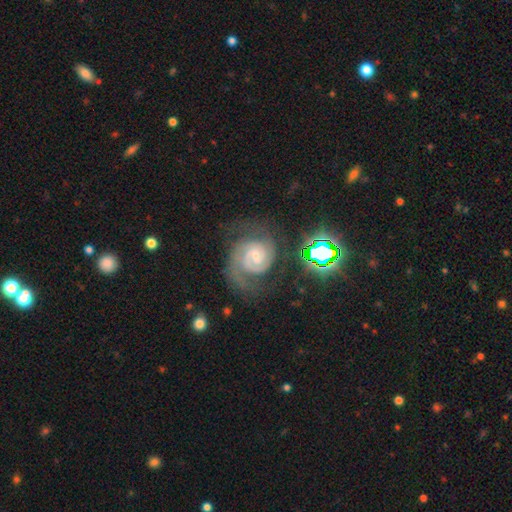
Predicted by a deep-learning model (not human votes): Smooth or featured? featured or disk (88%)
Edge-on disk? no (98%)
Bar? no (47%)
Spiral arms? yes (98%)
Spiral winding? tight (64%)
Spiral arm count? 2 (71%)
Bulge size? small (71%)
Merging? none (62%)